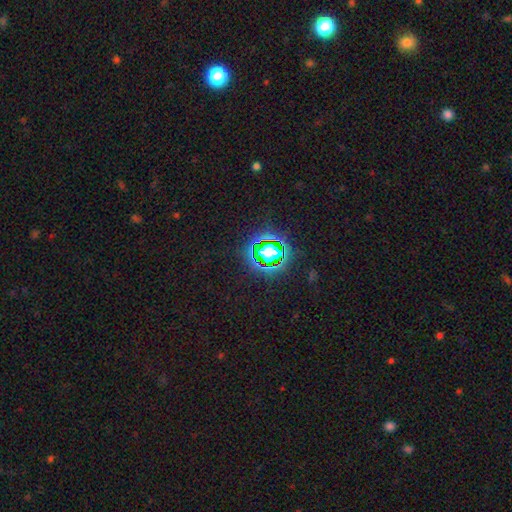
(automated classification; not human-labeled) Overall: star or artifact (80%).